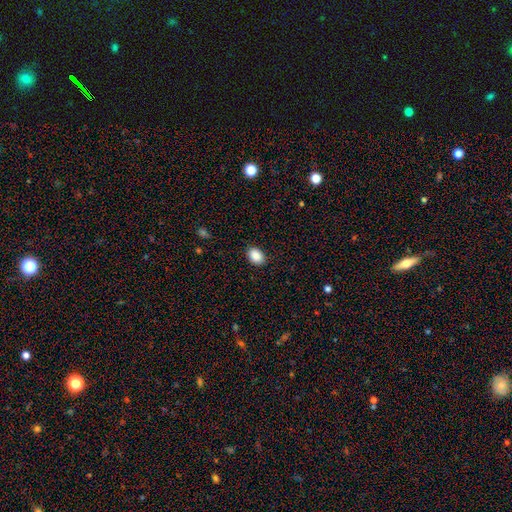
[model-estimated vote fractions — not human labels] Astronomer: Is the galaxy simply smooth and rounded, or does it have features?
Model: smooth — 89%.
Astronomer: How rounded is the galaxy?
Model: in between — 74%.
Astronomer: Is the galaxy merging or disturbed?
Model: none — 89%.